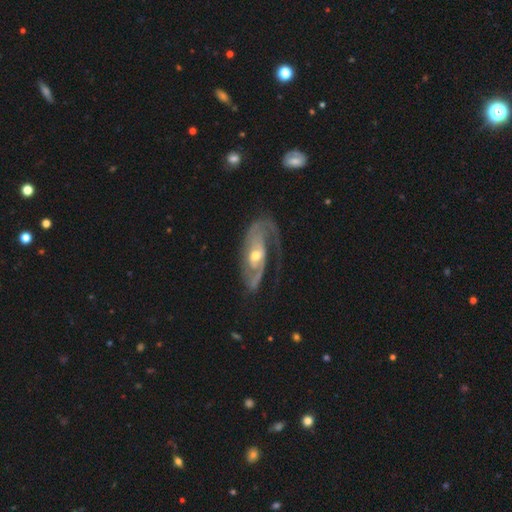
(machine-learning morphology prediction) Smooth or featured? Predicted: featured or disk (p=0.85). Edge-on disk? Predicted: no (p=0.93). Bar? Predicted: no (p=0.58). Spiral arms? Predicted: yes (p=0.92). Spiral winding? Predicted: medium (p=0.41). Spiral arm count? Predicted: 2 (p=0.55). Bulge size? Predicted: moderate (p=0.67). Merging? Predicted: none (p=0.53).